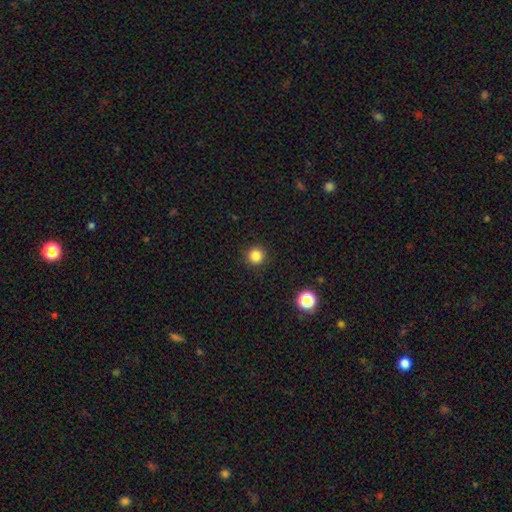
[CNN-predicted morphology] smooth-or-featured: smooth: 84% | star or artifact: 12% | featured or disk: 4%
  how-rounded: round: 95% | in between: 4% | cigar-shaped: 1%
  merging: none: 92% | minor disturbance: 5% | major disturbance: 2% | merger: 1%